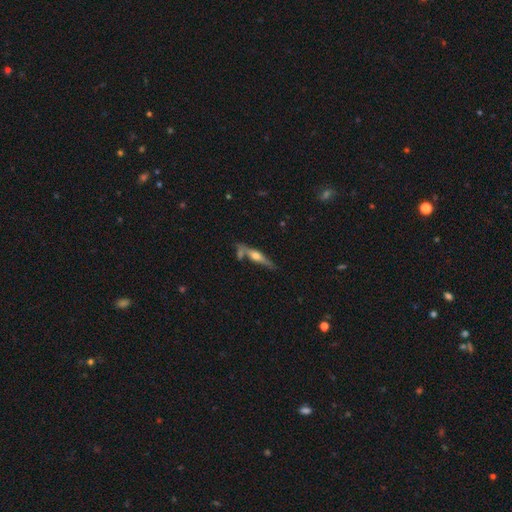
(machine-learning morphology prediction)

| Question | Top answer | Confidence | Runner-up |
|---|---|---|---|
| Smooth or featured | featured or disk | 65% | smooth (29%) |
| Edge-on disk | yes | 94% | no (6%) |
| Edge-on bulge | rounded | 90% | boxy (6%) |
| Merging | none | 67% | merger (15%) |